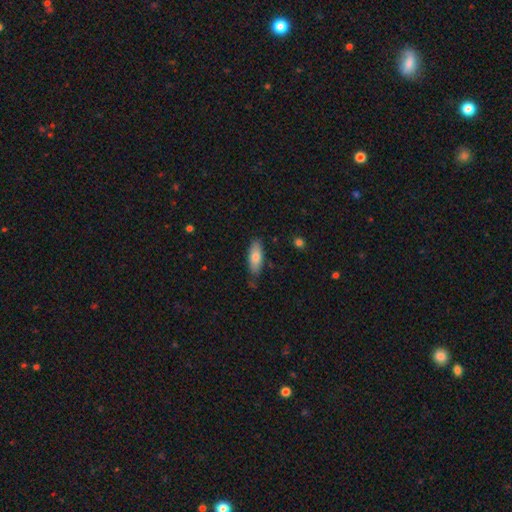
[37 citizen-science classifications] This is clearly a smooth galaxy (86%). How rounded: possibly cigar-shaped (56%). Merging: clearly none (89%).